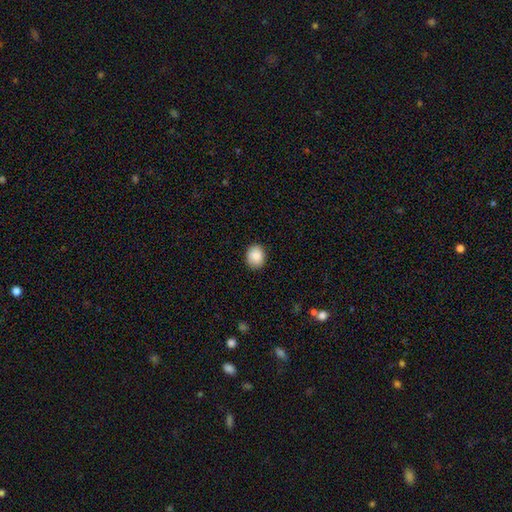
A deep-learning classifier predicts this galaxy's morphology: type=smooth (89%); roundness=round (56%); merging=none (88%).